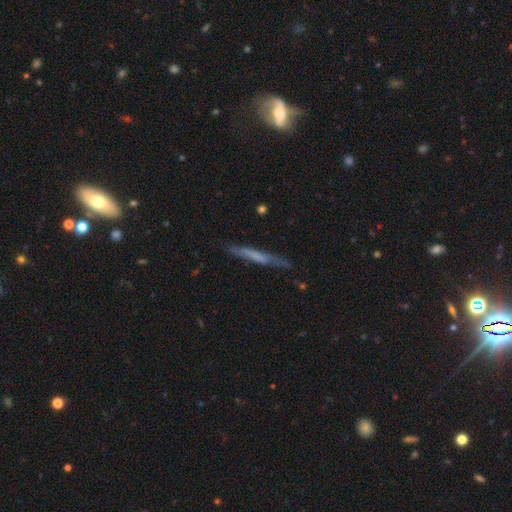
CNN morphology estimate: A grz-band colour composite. It shows a featured or disk galaxy (47%). Merging: none (77%).